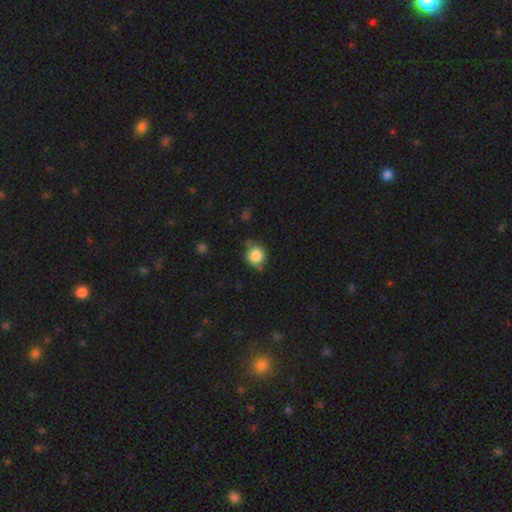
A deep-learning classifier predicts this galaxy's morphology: Smooth or featured? Predicted: smooth (p=0.84). How rounded? Predicted: round (p=0.89). Merging? Predicted: none (p=0.69).